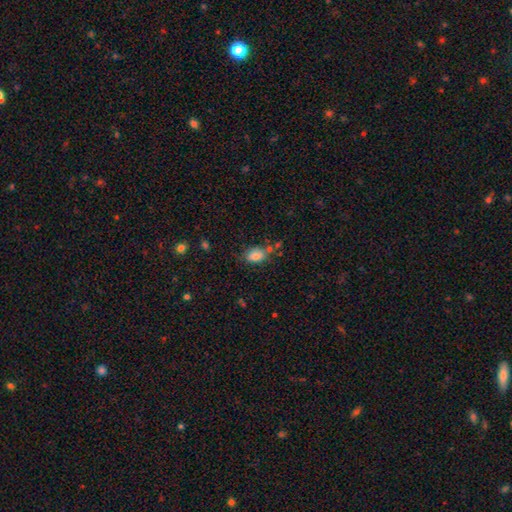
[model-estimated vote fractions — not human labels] smooth-or-featured: smooth: 84% | star or artifact: 10% | featured or disk: 7%
  how-rounded: in between: 83% | round: 15% | cigar-shaped: 2%
  merging: none: 62% | minor disturbance: 21% | merger: 10% | major disturbance: 6%